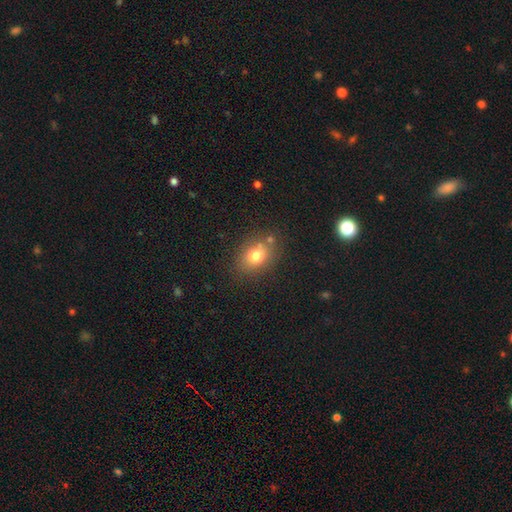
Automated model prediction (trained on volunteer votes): smooth 75%, featured or disk 13%, star or artifact 13%. Down the decision tree: how rounded — in between (60%); merging — none (74%).